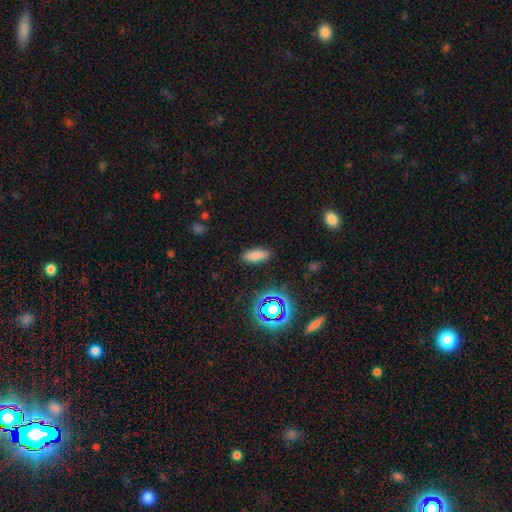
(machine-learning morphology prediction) A smooth galaxy with no disk features (76%) that is in between round and cigar-shaped (78%). Merging: none (86%).